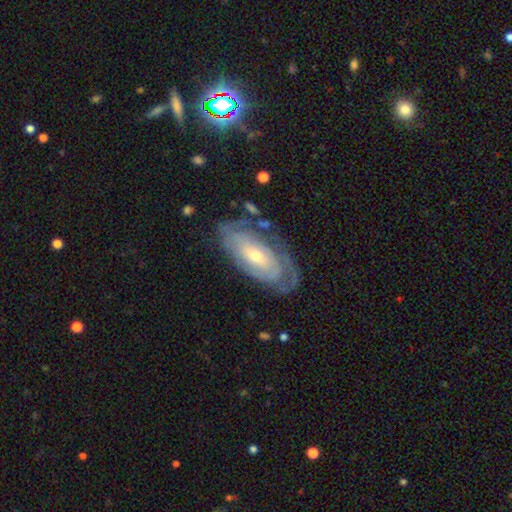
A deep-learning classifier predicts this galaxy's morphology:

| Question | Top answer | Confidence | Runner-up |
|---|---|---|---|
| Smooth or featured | featured or disk | 75% | smooth (19%) |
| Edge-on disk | no | 90% | yes (10%) |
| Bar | no | 69% | weak (23%) |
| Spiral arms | yes | 81% | no (19%) |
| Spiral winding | tight | 73% | medium (20%) |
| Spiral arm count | can't tell | 52% | 2 (28%) |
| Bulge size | small | 55% | moderate (40%) |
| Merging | none | 66% | minor disturbance (20%) |